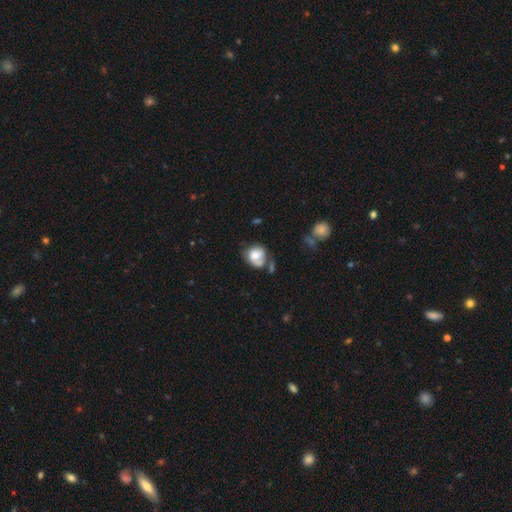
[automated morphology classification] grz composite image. It shows a smooth galaxy with no disk features (65%) that is round (66%). Merging: none (38%).